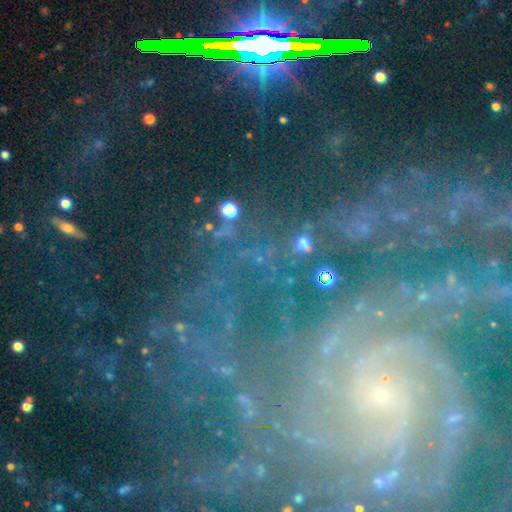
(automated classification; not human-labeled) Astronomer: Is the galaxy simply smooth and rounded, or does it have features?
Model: star or artifact — 53% (runner-up: featured or disk, 31%).